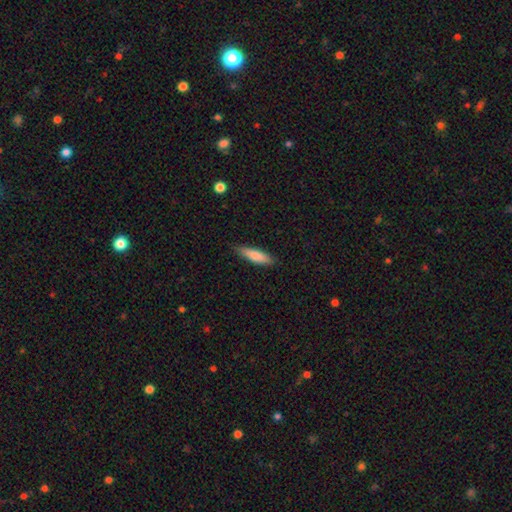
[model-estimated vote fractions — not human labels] This is clearly a smooth galaxy (82%). How rounded: likely cigar-shaped (67%). Merging: clearly none (85%).